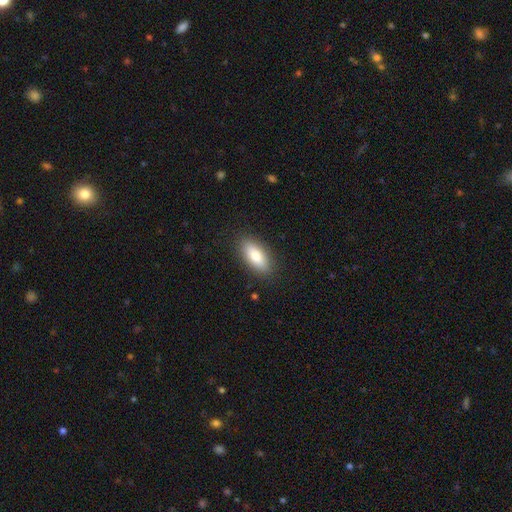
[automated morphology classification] type=smooth (81%); roundness=in between (78%); merging=none (88%).